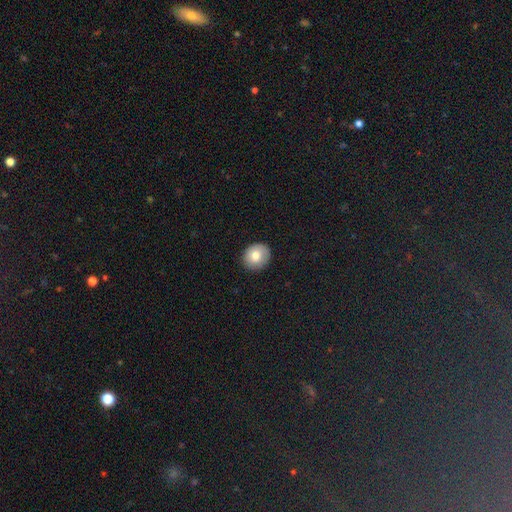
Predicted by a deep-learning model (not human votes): smooth 78%, featured or disk 14%, star or artifact 8%. Down the decision tree: how rounded — round (79%); merging — none (88%).